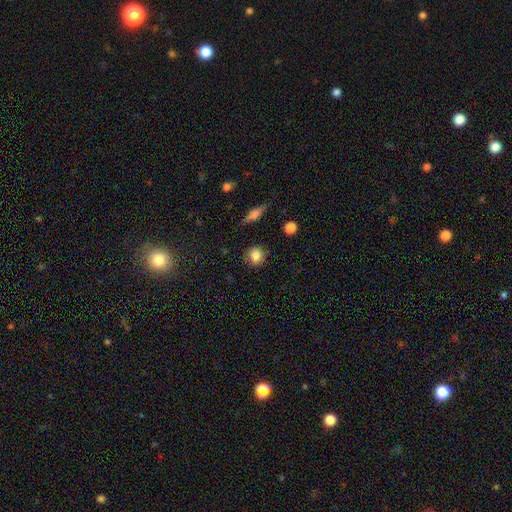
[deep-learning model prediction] A smooth galaxy with no disk features (83%) that is round (82%).

Vote fractions:
- Smooth or featured? smooth: 83% / star or artifact: 10% / featured or disk: 7%
- How rounded? round: 82% / in between: 17% / cigar-shaped: 2%
- Merging? none: 83% / minor disturbance: 12% / major disturbance: 3% / merger: 2%